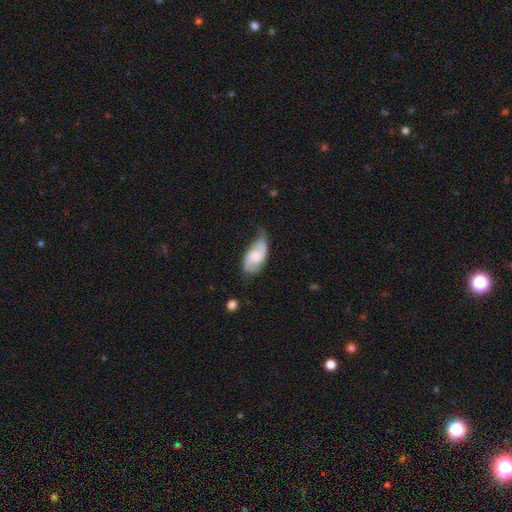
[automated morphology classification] Smooth or featured? Predicted: smooth (p=0.48). Merging? Predicted: minor disturbance (p=0.42).